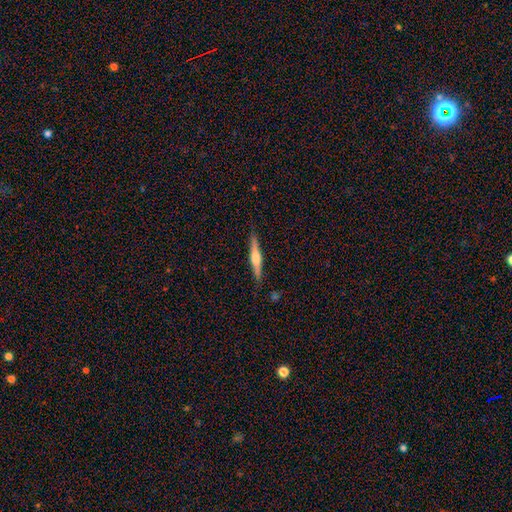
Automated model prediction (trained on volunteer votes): A featured or disk galaxy (65%) viewed edge-on (98%) with a rounded central bulge (82%).

Vote fractions:
- Smooth or featured? featured or disk: 65% / smooth: 30% / star or artifact: 6%
- Edge-on disk? yes: 98% / no: 2%
- Edge-on bulge? rounded: 82% / boxy: 12% / none: 6%
- Merging? none: 89% / minor disturbance: 8% / major disturbance: 2% / merger: 1%